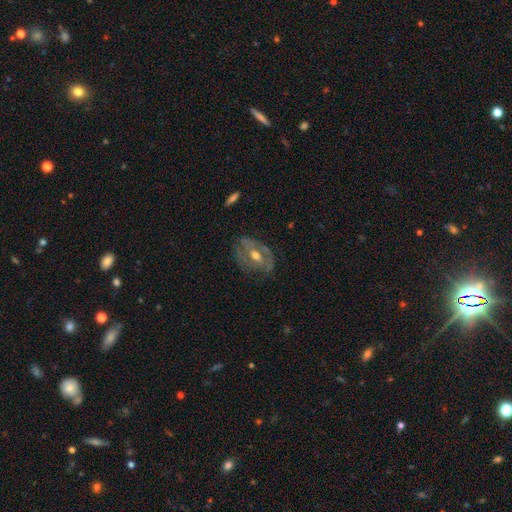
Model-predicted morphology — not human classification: This is likely a featured or disk galaxy (72%). It is clearly not viewed edge-on (93%). Bar: marginally no (42%). Spiral arm pattern: possibly yes (59%). Central bulge: likely moderate (71%). Merging: likely none (63%).